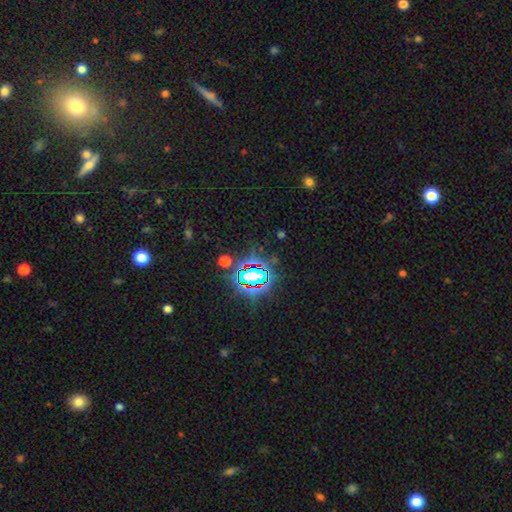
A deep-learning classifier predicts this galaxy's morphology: smooth_or_featured: star or artifact (p=0.81) [alt: smooth p=0.11]